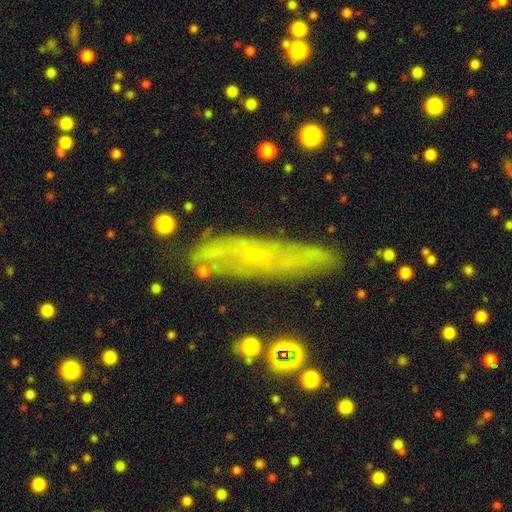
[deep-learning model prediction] Overall: featured or disk (59%; smooth 30%). Edge-on disk: no (57%; yes 43%). Merging: none (73%).